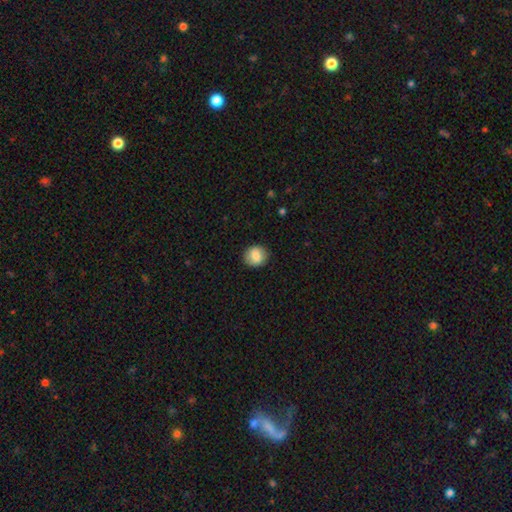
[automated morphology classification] Overall: smooth (82%). How rounded: round (80%). Merging: none (87%).